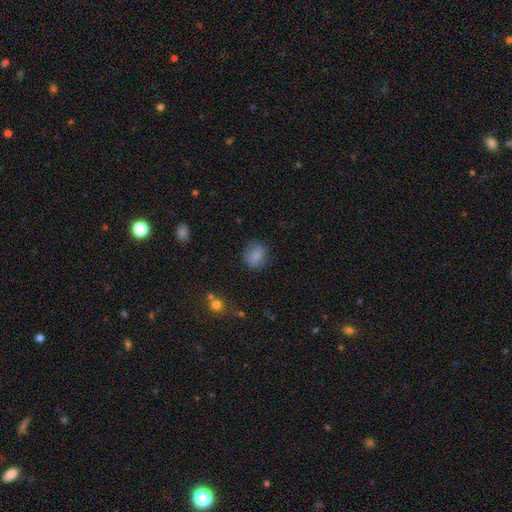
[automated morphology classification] Overall: smooth (80%). How rounded: round (69%; in between 30%). Merging: none (74%).